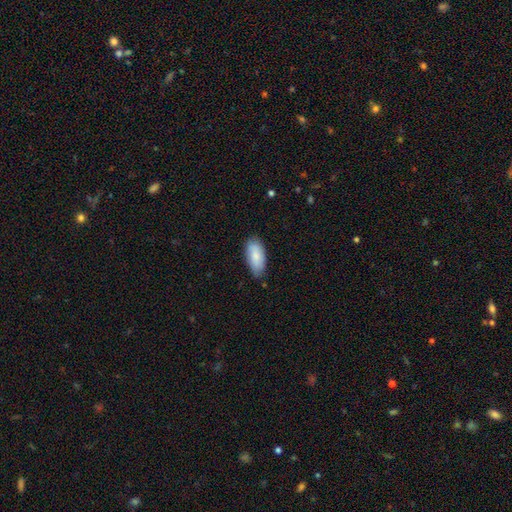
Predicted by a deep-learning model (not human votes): The model was most divided on "merging": none: 76%, minor disturbance: 19%, major disturbance: 3%, merger: 1%. More confident: how rounded — in between (89%); smooth or featured — smooth (85%).